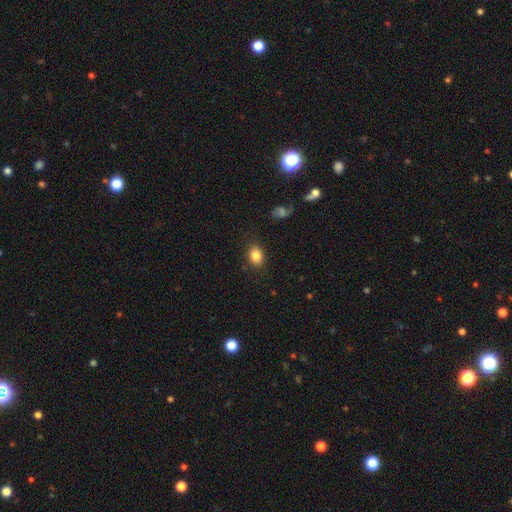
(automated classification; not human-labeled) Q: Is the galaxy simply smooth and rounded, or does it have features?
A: smooth — 83%.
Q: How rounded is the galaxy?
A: in between — 66%.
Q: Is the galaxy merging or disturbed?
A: none — 84%.